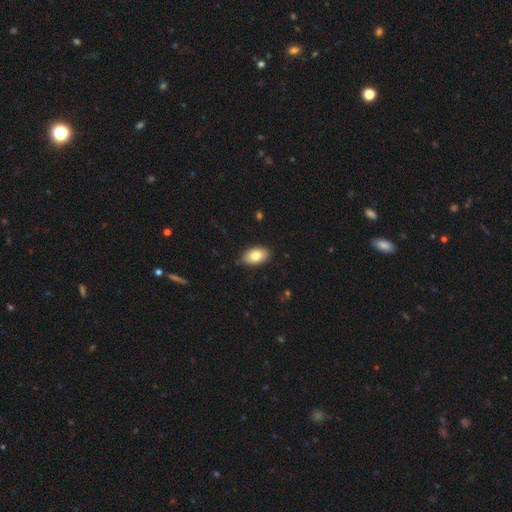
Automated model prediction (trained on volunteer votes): Morphology: type=smooth (80%); roundness=in between (92%); merging=none (88%).